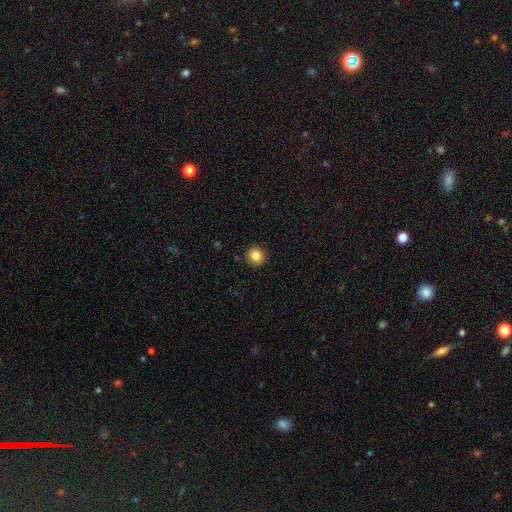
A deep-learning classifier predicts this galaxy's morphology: type=smooth (85%); roundness=round (93%); merging=none (91%).